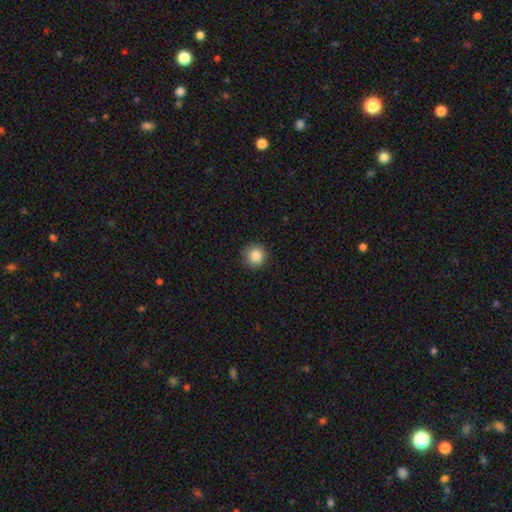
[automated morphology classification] smooth-or-featured: smooth: 87% | star or artifact: 10% | featured or disk: 3%
  how-rounded: round: 94% | in between: 5% | cigar-shaped: 1%
  merging: none: 91% | minor disturbance: 6% | major disturbance: 2% | merger: 1%